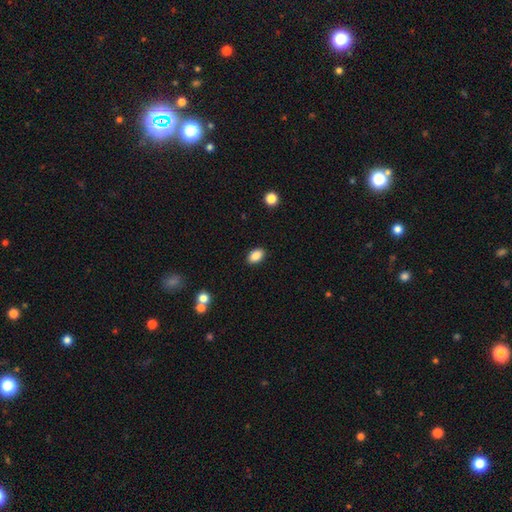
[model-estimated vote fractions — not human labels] Smooth or featured? Predicted: smooth (p=0.87). How rounded? Predicted: in between (p=0.89). Merging? Predicted: none (p=0.89).